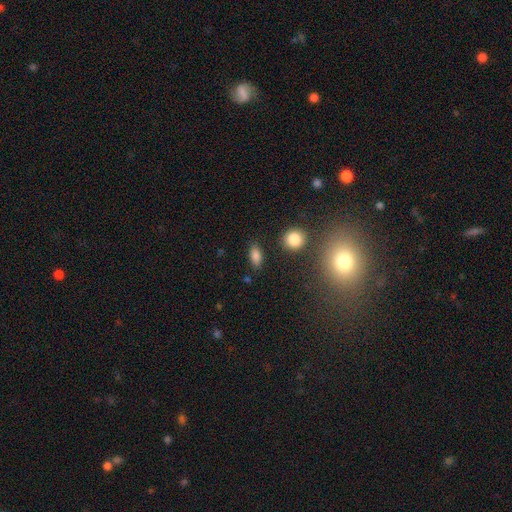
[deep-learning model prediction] A smooth galaxy with no disk features (84%) that is in between round and cigar-shaped (84%). Merging: none (84%).